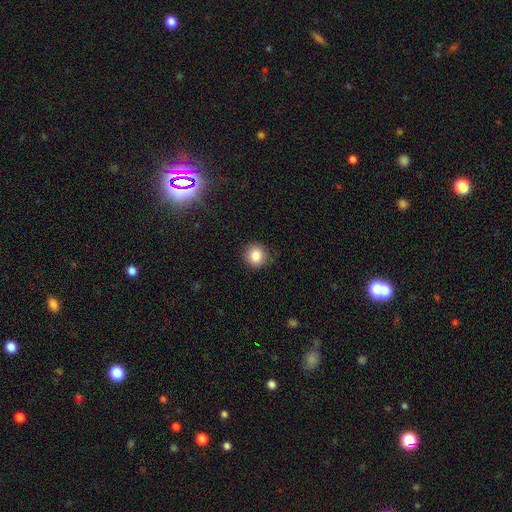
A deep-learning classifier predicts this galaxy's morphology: A smooth galaxy with no disk features (84%) that is round (90%).

Vote fractions:
- Smooth or featured? smooth: 84% / star or artifact: 10% / featured or disk: 5%
- How rounded? round: 90% / in between: 9% / cigar-shaped: 1%
- Merging? none: 89% / minor disturbance: 8% / major disturbance: 2% / merger: 1%